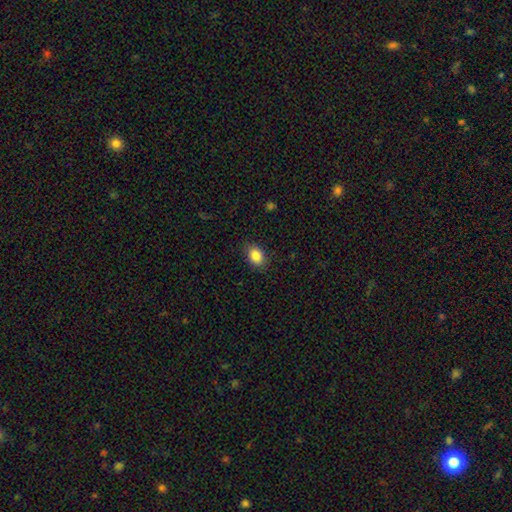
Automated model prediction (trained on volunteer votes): Smooth or featured?
  - smooth: 87% *
  - star or artifact: 8%
  - featured or disk: 5%
How rounded?
  - in between: 75% *
  - round: 24%
  - cigar-shaped: 1%
Merging?
  - none: 86% *
  - minor disturbance: 10%
  - major disturbance: 3%
  - merger: 1%